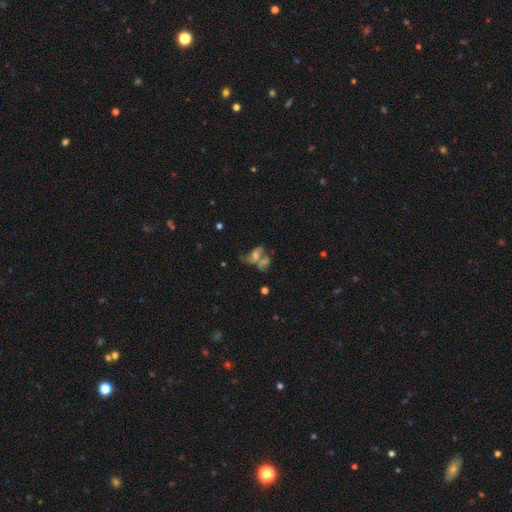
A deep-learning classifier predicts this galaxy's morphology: Q: Smooth or featured?
A: smooth (46%); runner-up: featured or disk (36%)
Q: Merging?
A: merger (54%); runner-up: none (19%)